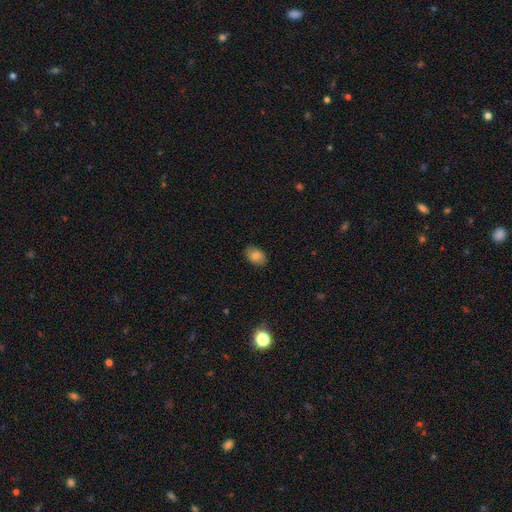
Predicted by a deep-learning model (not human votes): smooth_or_featured: smooth (p=0.81) [alt: featured or disk p=0.10]
how_rounded: in between (p=0.84) [alt: round p=0.15]
merging: none (p=0.87) [alt: minor disturbance p=0.10]